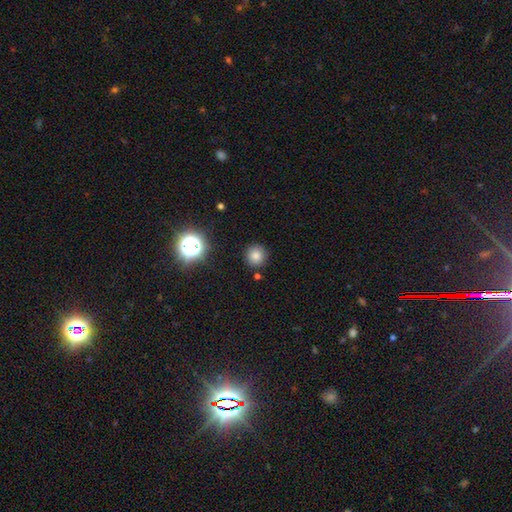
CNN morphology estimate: Smooth or featured? Predicted: smooth (p=0.79). How rounded? Predicted: round (p=0.93). Merging? Predicted: none (p=0.88).